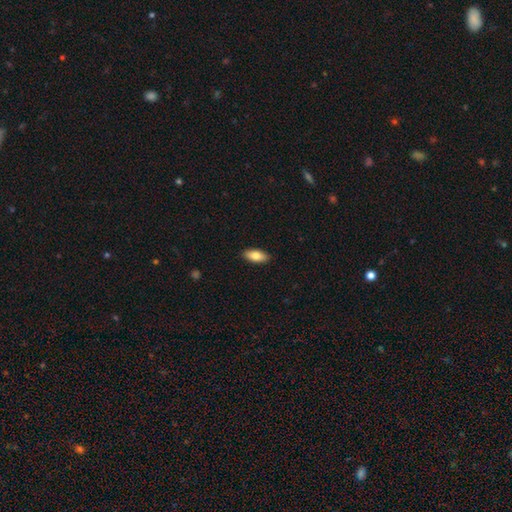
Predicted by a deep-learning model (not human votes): The model was most divided on "smooth or featured": smooth: 80%, featured or disk: 14%, star or artifact: 6%. More confident: merging — none (90%); how rounded — in between (85%).